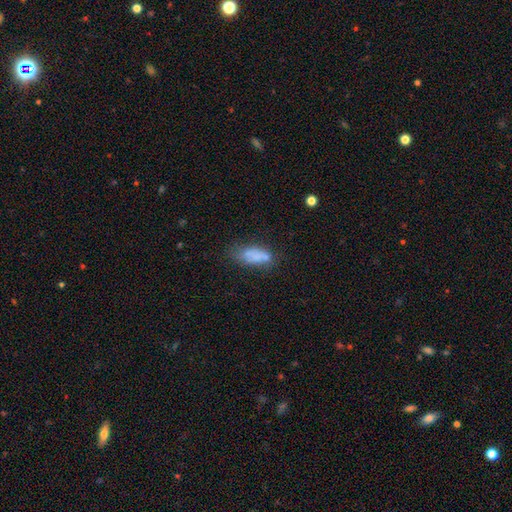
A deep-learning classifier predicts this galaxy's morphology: smooth 70%, featured or disk 19%, star or artifact 11%. Down the decision tree: how rounded — in between (80%); merging — none (47%).